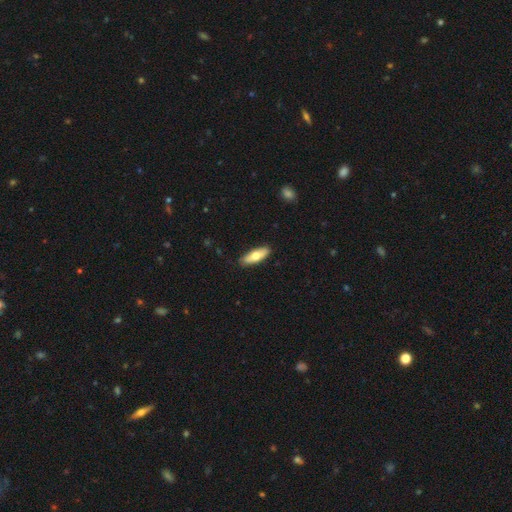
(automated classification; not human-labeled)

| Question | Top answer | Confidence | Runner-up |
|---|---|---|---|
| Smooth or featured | smooth | 65% | featured or disk (30%) |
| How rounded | in between | 61% | cigar-shaped (37%) |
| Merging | none | 87% | minor disturbance (10%) |